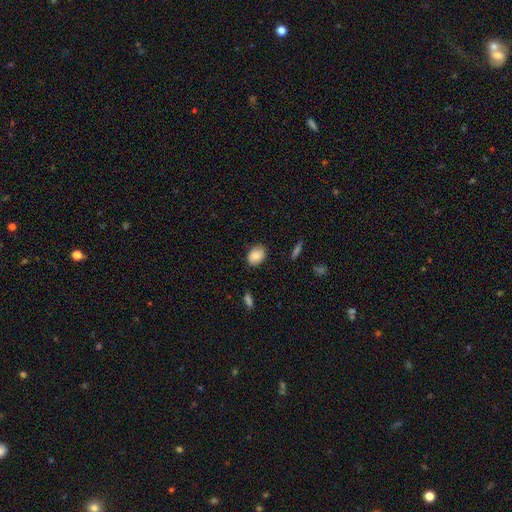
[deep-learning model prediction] A smooth galaxy with no disk features (80%) that is in between round and cigar-shaped (69%).

Vote fractions:
- Smooth or featured? smooth: 80% / featured or disk: 12% / star or artifact: 8%
- How rounded? in between: 69% / round: 30% / cigar-shaped: 1%
- Merging? none: 82% / minor disturbance: 14% / major disturbance: 3% / merger: 1%